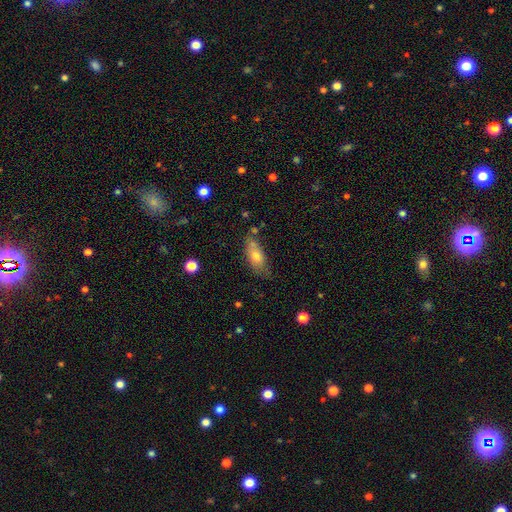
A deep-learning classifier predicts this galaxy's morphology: A smooth galaxy with no disk features (71%) that is in between round and cigar-shaped (78%).

Vote fractions:
- Smooth or featured? smooth: 71% / featured or disk: 21% / star or artifact: 9%
- How rounded? in between: 78% / cigar-shaped: 18% / round: 4%
- Merging? none: 60% / minor disturbance: 25% / major disturbance: 7% / merger: 7%